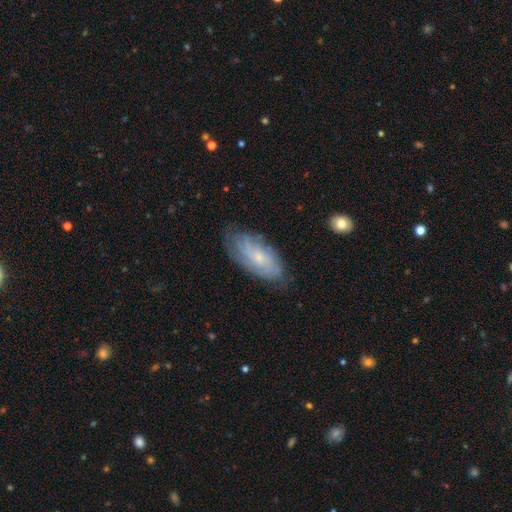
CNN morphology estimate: Smooth or featured: featured or disk — 53% (smooth — 34%)
Edge-on disk: no — 86% (yes — 14%)
Merging: none — 81% (minor disturbance — 14%)